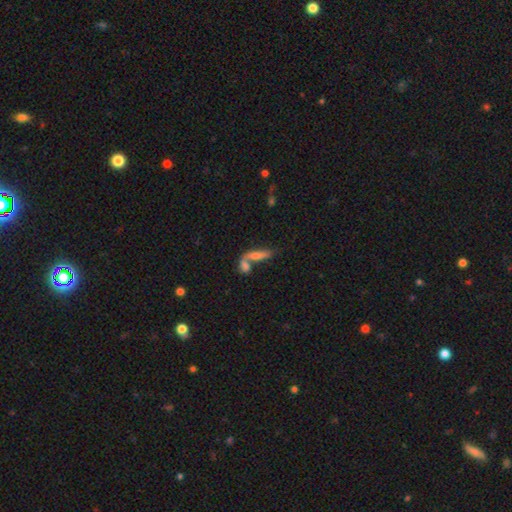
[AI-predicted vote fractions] Q: Smooth or featured?
A: smooth (61%); runner-up: featured or disk (29%)
Q: How rounded?
A: cigar-shaped (64%); runner-up: in between (32%)
Q: Merging?
A: merger (49%); runner-up: none (35%)